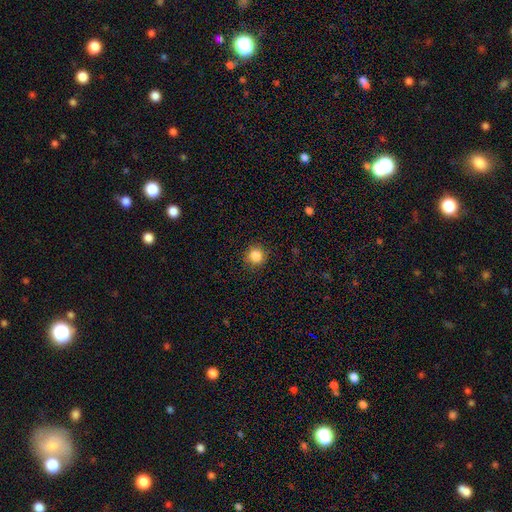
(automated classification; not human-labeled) Morphology: type=smooth (85%); roundness=round (92%); merging=none (89%).